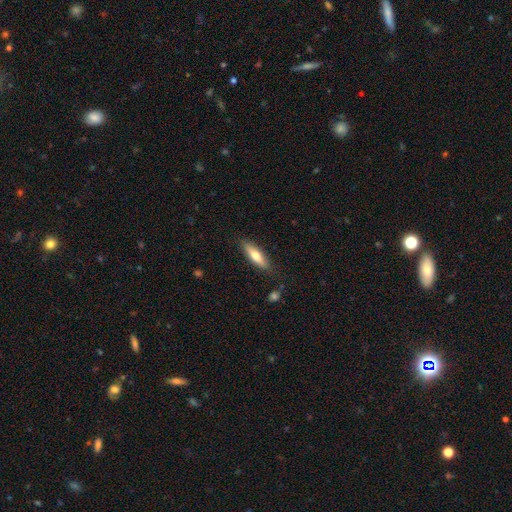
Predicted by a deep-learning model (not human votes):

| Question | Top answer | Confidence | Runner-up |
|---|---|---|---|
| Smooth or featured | smooth | 64% | featured or disk (30%) |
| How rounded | cigar-shaped | 63% | in between (35%) |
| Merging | none | 84% | minor disturbance (12%) |